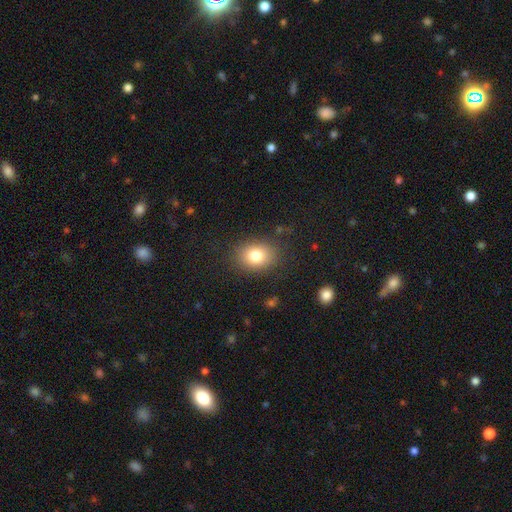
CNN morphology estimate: This is likely a smooth galaxy (80%). How rounded: possibly in between (54%). Merging: clearly none (84%).